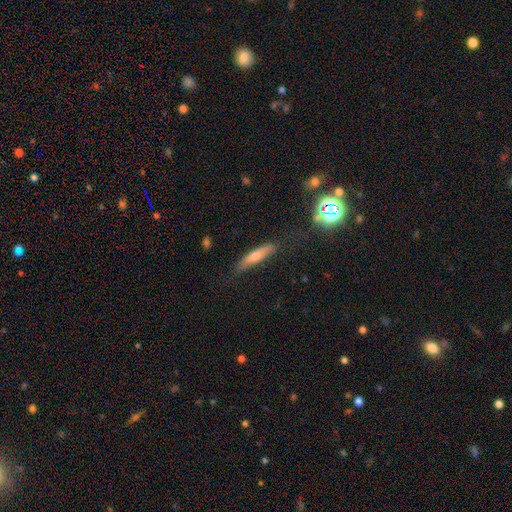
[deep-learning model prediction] Overall: smooth (69%). How rounded: cigar-shaped (81%). Merging: none (72%).